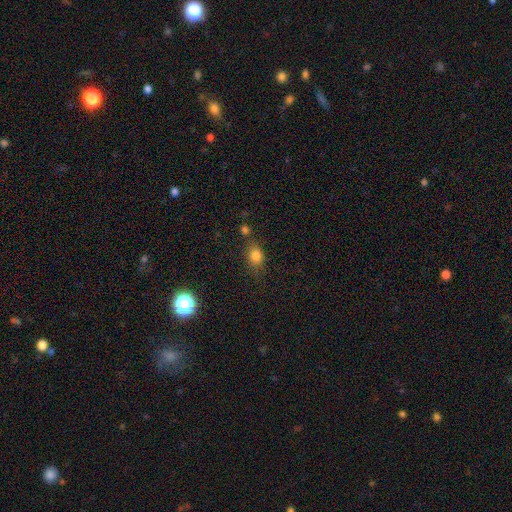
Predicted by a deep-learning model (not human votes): Smooth or featured: smooth — 81% (star or artifact — 13%)
How rounded: in between — 50% (round — 48%)
Merging: none — 66% (minor disturbance — 18%)